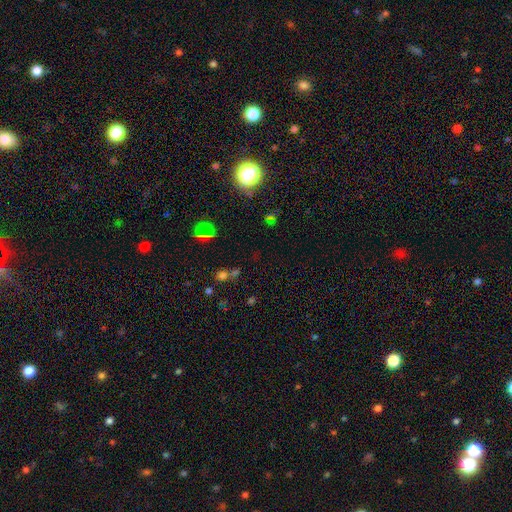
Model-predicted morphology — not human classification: Smooth or featured? Predicted: star or artifact (p=0.56).